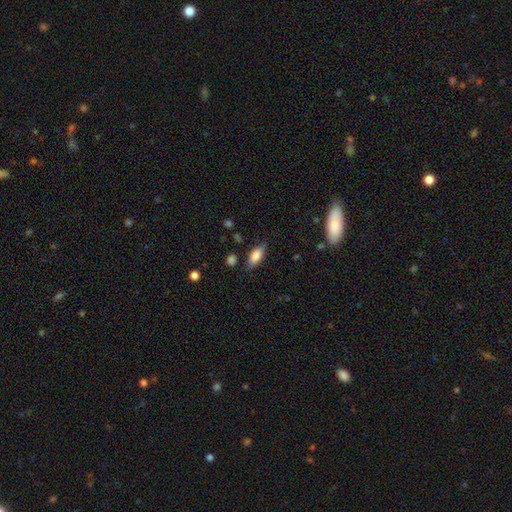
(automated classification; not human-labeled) A smooth galaxy with no disk features (80%) that is in between round and cigar-shaped (81%).

Vote fractions:
- Smooth or featured? smooth: 80% / featured or disk: 13% / star or artifact: 7%
- How rounded? in between: 81% / cigar-shaped: 15% / round: 3%
- Merging? none: 78% / minor disturbance: 17% / major disturbance: 4% / merger: 2%